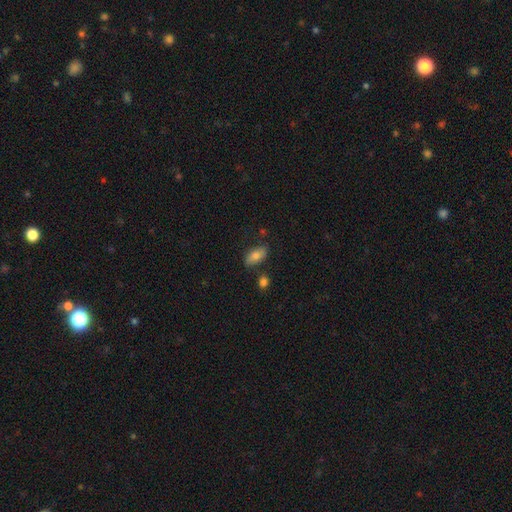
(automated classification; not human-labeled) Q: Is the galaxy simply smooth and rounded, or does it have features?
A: smooth — 77%.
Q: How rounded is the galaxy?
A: in between — 90%.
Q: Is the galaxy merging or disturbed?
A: none — 78%.